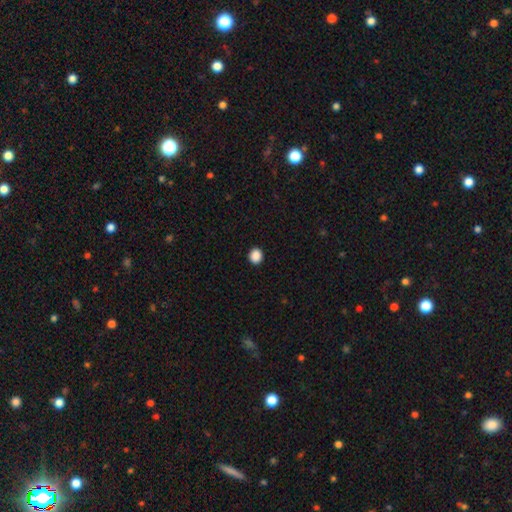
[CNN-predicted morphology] Smooth or featured? Predicted: smooth (p=0.89). How rounded? Predicted: round (p=0.77). Merging? Predicted: none (p=0.93).